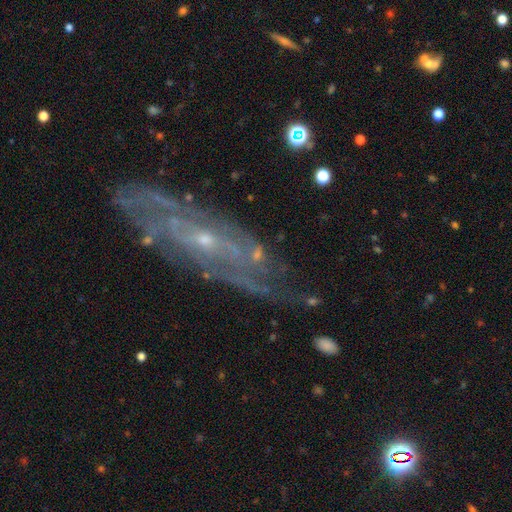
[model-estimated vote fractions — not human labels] This is clearly a featured or disk galaxy (83%). It is clearly not viewed edge-on (80%). Bar: likely no (61%). Spiral arm pattern: clearly yes (88%). Spiral arm count: possibly can't tell (51%). Spiral winding: possibly tight (57%). Central bulge: likely small (77%). Merging: likely none (72%).